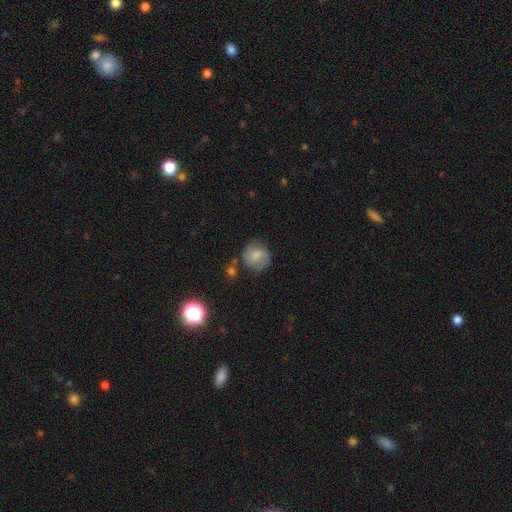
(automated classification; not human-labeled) Q: Smooth or featured?
A: smooth (67%); runner-up: featured or disk (23%)
Q: How rounded?
A: round (83%); runner-up: in between (16%)
Q: Merging?
A: none (64%); runner-up: minor disturbance (23%)